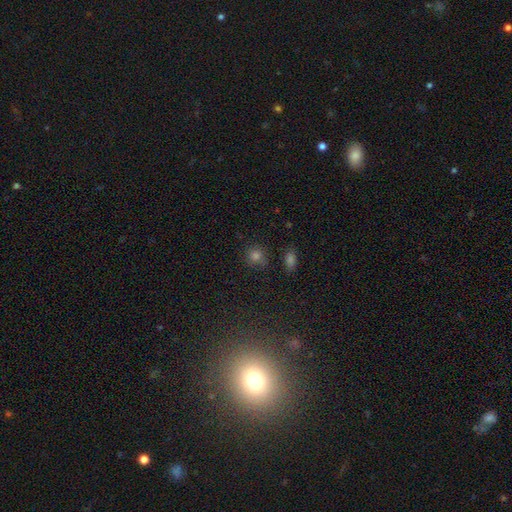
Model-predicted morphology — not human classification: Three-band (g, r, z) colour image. It shows a smooth galaxy with no disk features (71%) that is round (87%). Merging: none (82%).